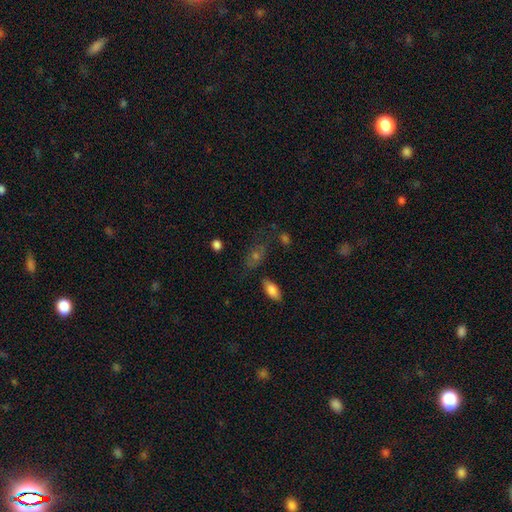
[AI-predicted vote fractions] Overall: smooth (52%; star or artifact 26%). How rounded: in between (79%). Merging: none (65%).